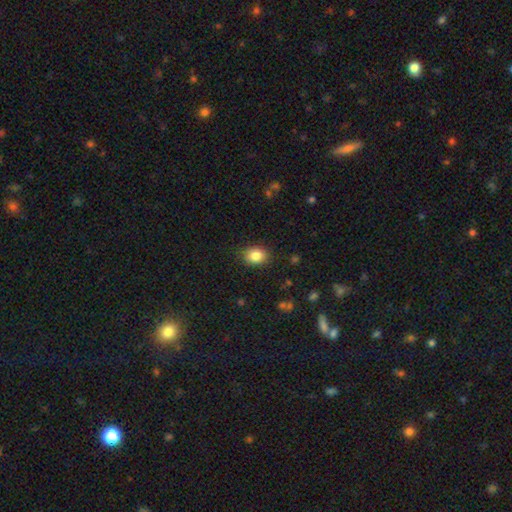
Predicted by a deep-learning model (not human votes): Smooth or featured? smooth (86%)
How rounded? in between (57%)
Merging? none (85%)